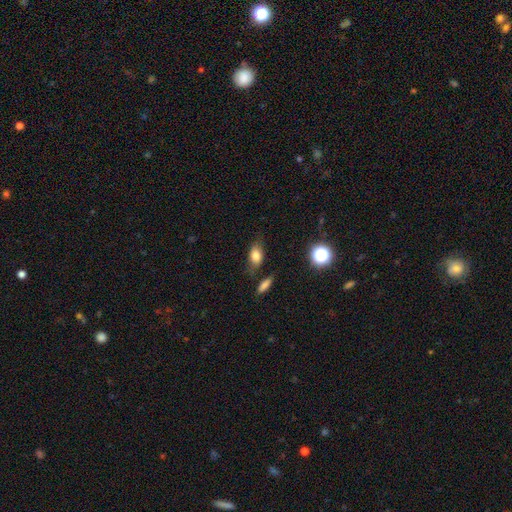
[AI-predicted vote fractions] Q: Smooth or featured?
A: smooth (79%); runner-up: featured or disk (11%)
Q: How rounded?
A: in between (81%); runner-up: round (14%)
Q: Merging?
A: none (70%); runner-up: minor disturbance (19%)